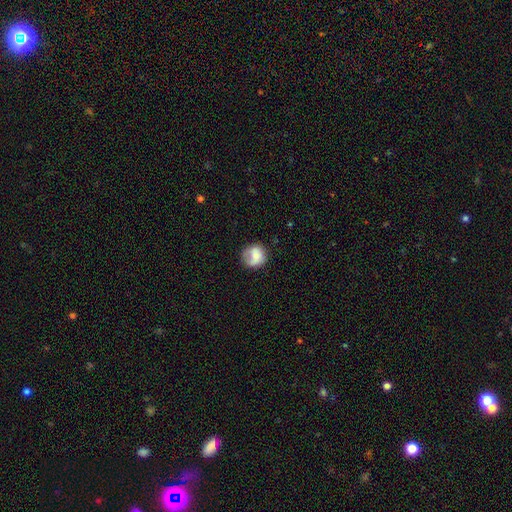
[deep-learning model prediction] Overall: smooth (70%). How rounded: round (82%). Merging: none (59%; minor disturbance 25%).